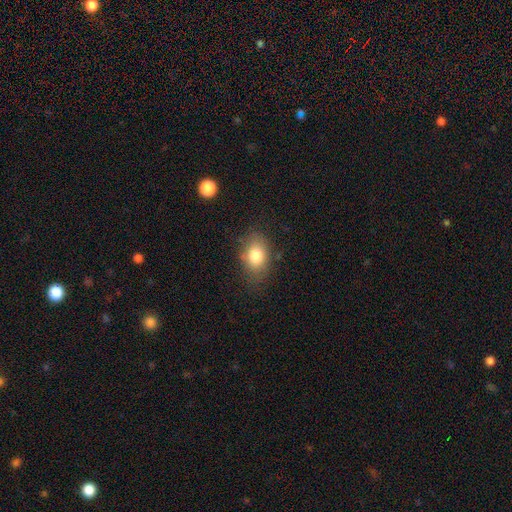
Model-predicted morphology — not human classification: Smooth or featured: smooth — 80% (featured or disk — 11%)
How rounded: in between — 76% (round — 22%)
Merging: none — 74% (minor disturbance — 19%)